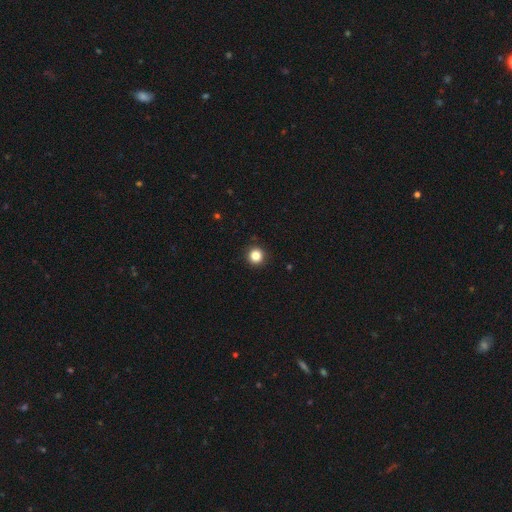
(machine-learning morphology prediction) Q: Smooth or featured?
A: smooth (84%); runner-up: star or artifact (11%)
Q: How rounded?
A: round (95%); runner-up: in between (4%)
Q: Merging?
A: none (93%); runner-up: minor disturbance (5%)